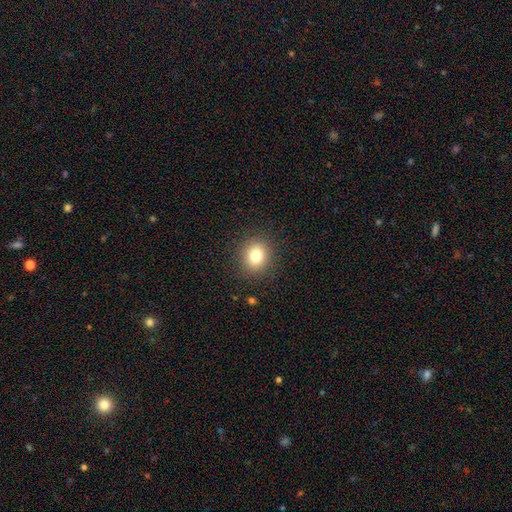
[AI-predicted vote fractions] Smooth or featured? smooth (80%)
How rounded? round (79%)
Merging? none (89%)